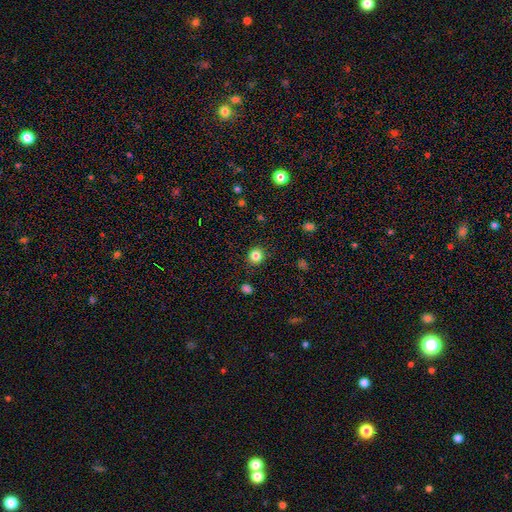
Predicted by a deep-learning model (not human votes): Morphology: type=smooth (83%); roundness=round (85%); merging=none (90%).